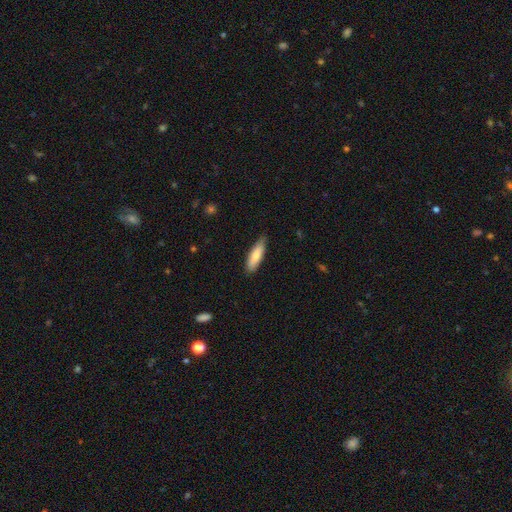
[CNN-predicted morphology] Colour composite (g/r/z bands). It shows a smooth galaxy with no disk features (78%) that is cigar-shaped (54%). Merging: none (80%).